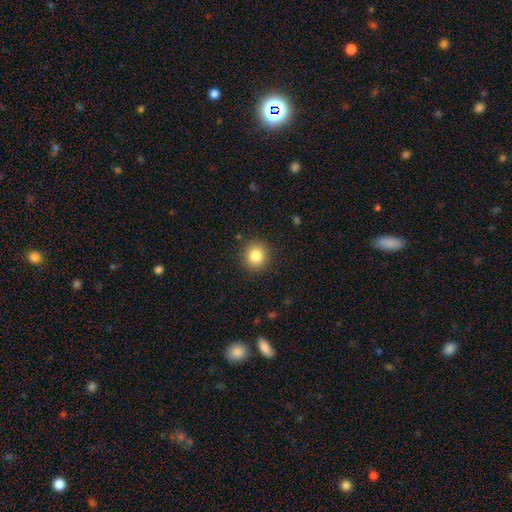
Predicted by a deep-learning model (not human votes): Morphology: type=smooth (83%); roundness=round (91%); merging=none (90%).